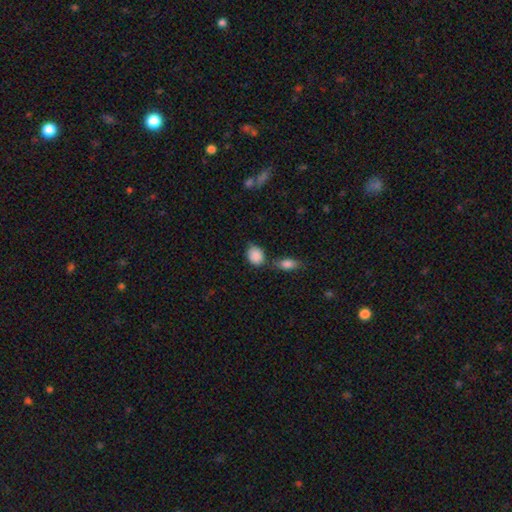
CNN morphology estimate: This appears to be a smooth galaxy with no disk features (88%) that is in between round and cigar-shaped (58%). Merging: none (61%).